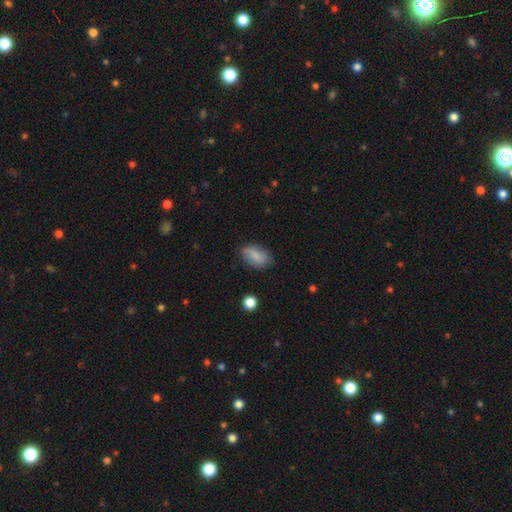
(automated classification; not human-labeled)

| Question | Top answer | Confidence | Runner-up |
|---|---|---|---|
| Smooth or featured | smooth | 81% | featured or disk (11%) |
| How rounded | in between | 91% | round (7%) |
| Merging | none | 73% | minor disturbance (21%) |